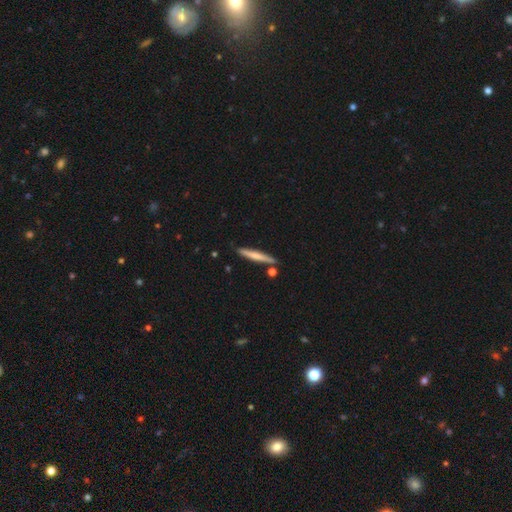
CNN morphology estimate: A smooth galaxy with no disk features (59%) that is cigar-shaped (95%).

Vote fractions:
- Smooth or featured? smooth: 59% / featured or disk: 35% / star or artifact: 5%
- How rounded? cigar-shaped: 95% / in between: 4% / round: 1%
- Merging? none: 84% / minor disturbance: 9% / merger: 5% / major disturbance: 2%